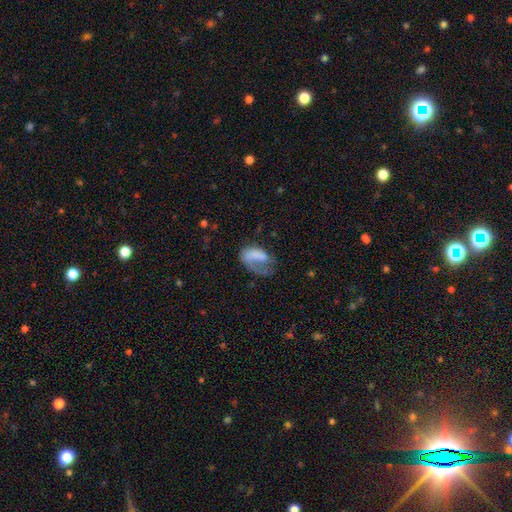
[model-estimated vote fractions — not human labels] smooth-or-featured: smooth: 47% | featured or disk: 45% | star or artifact: 8%
  merging: major disturbance: 50% | none: 26% | minor disturbance: 20% | merger: 4%